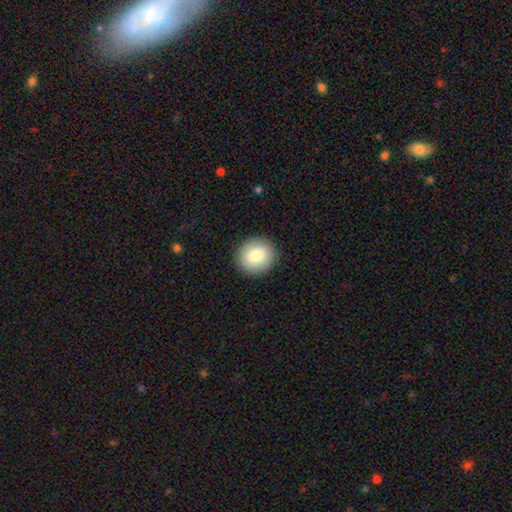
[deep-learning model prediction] This appears to be a smooth galaxy with no disk features (83%) that is round (85%). Merging: none (91%).